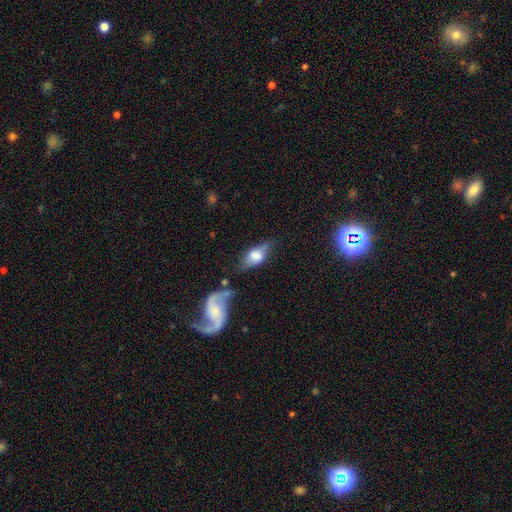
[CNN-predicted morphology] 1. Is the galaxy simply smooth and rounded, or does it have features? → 47% smooth, 45% featured or disk, 8% star or artifact.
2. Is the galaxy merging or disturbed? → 49% none, 25% minor disturbance, 15% major disturbance, 12% merger.